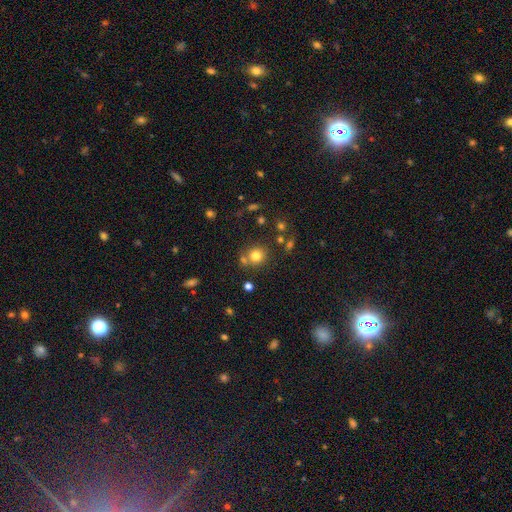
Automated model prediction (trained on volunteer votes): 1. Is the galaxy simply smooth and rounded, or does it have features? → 78% smooth, 14% star or artifact, 8% featured or disk.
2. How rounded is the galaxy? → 85% round, 14% in between, 1% cigar-shaped.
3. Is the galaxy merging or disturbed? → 68% none, 18% merger, 10% minor disturbance, 4% major disturbance.